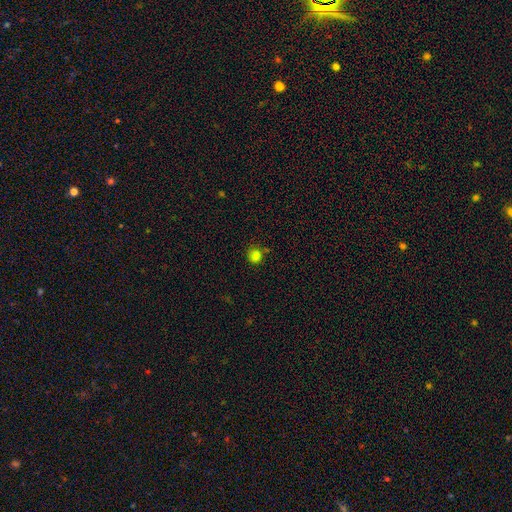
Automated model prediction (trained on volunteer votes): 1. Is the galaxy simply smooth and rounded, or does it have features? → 78% smooth, 18% star or artifact, 4% featured or disk.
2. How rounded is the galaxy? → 80% round, 19% in between, 1% cigar-shaped.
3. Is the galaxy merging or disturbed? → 72% none, 16% minor disturbance, 8% merger, 5% major disturbance.